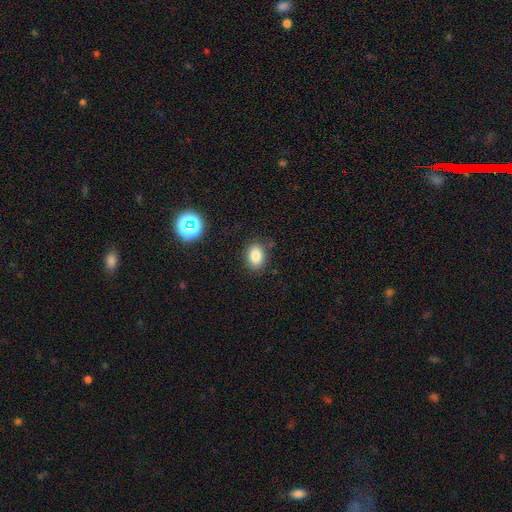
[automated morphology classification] smooth 82%, star or artifact 12%, featured or disk 7%. Down the decision tree: how rounded — in between (68%); merging — none (81%).